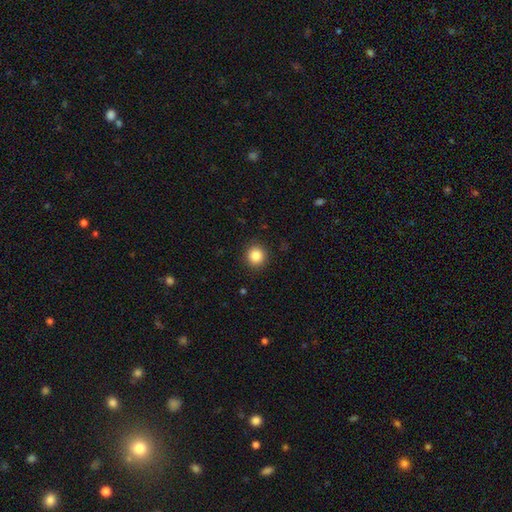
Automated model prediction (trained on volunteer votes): smooth 85%, star or artifact 10%, featured or disk 5%. Down the decision tree: how rounded — round (91%); merging — none (91%).